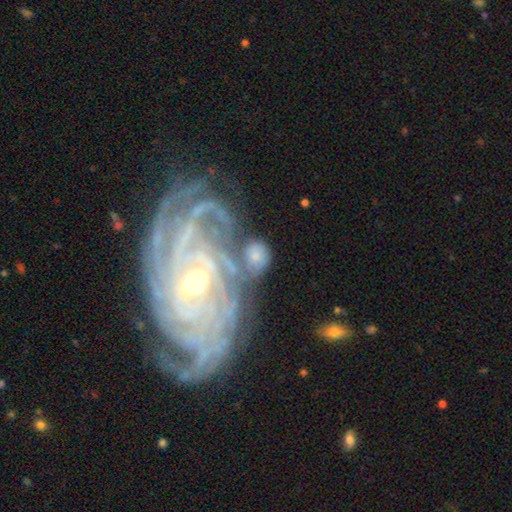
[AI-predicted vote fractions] The model was most divided on "smooth or featured": featured or disk: 47%, smooth: 43%, star or artifact: 10%. Remaining: merging — none (44%).